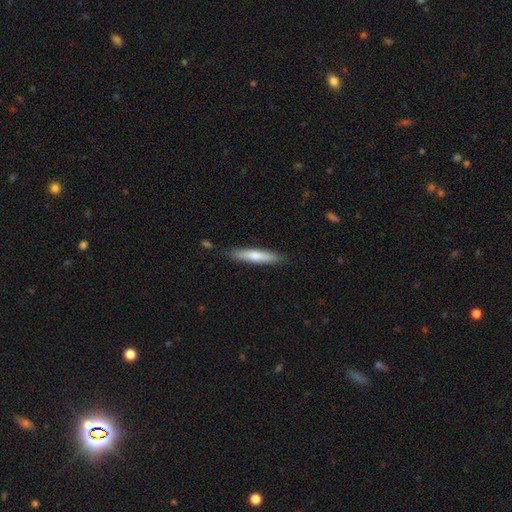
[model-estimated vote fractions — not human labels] This is likely a smooth galaxy (68%). How rounded: clearly cigar-shaped (89%). Merging: clearly none (87%).